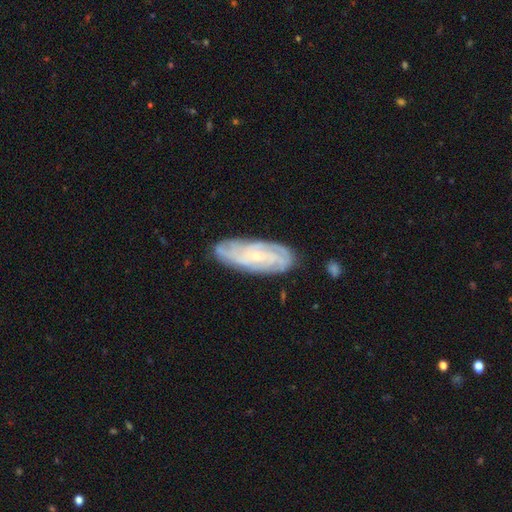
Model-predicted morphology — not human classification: smooth_or_featured: featured or disk (p=0.80) [alt: smooth p=0.14]
disk_edge_on: no (p=0.91) [alt: yes p=0.09]
bar: no (p=0.66) [alt: weak p=0.27]
has_spiral_arms: yes (p=0.95) [alt: no p=0.05]
spiral_winding: tight (p=0.70) [alt: medium p=0.25]
spiral_arm_count: can't tell (p=0.32) [alt: 4 p=0.24]
bulge_size: small (p=0.79) [alt: moderate p=0.16]
merging: none (p=0.80) [alt: minor disturbance p=0.16]